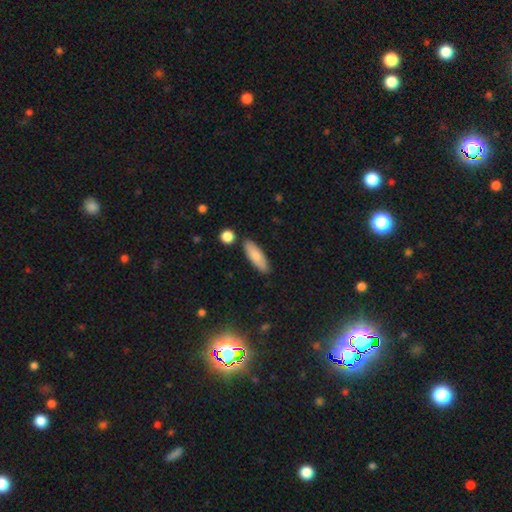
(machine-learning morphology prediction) Smooth or featured? smooth (80%)
How rounded? in between (55%)
Merging? none (84%)